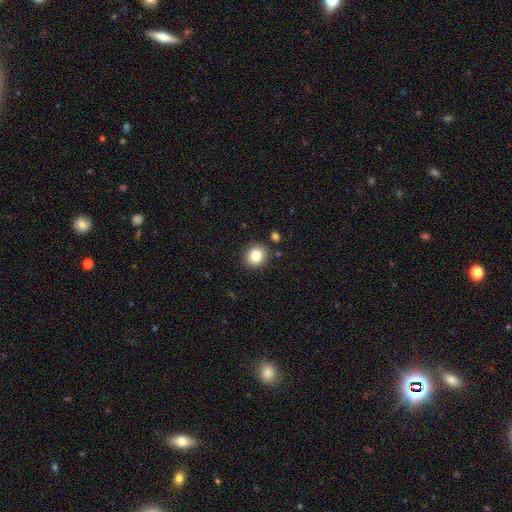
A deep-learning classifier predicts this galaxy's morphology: Smooth or featured: smooth — 83% (star or artifact — 10%)
How rounded: round — 73% (in between — 26%)
Merging: none — 87% (minor disturbance — 8%)